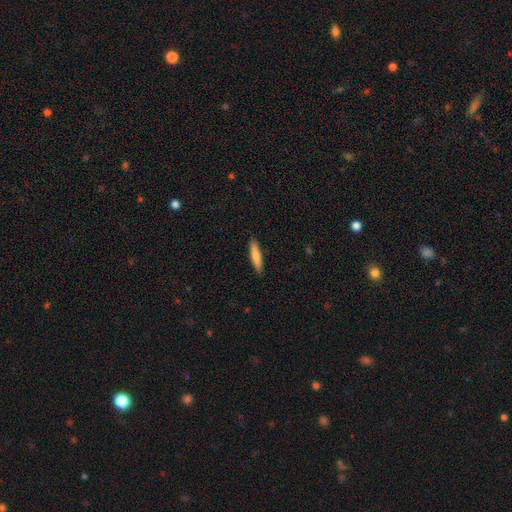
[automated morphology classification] A smooth galaxy with no disk features (80%) that is cigar-shaped (84%).

Vote fractions:
- Smooth or featured? smooth: 80% / featured or disk: 14% / star or artifact: 5%
- How rounded? cigar-shaped: 84% / in between: 15% / round: 1%
- Merging? none: 90% / minor disturbance: 7% / major disturbance: 2% / merger: 1%